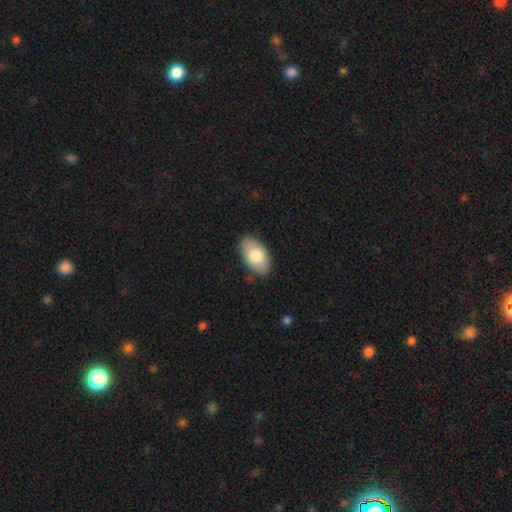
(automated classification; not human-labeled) smooth_or_featured: smooth (p=0.78) [alt: featured or disk p=0.17]
how_rounded: in between (p=0.95) [alt: round p=0.04]
merging: none (p=0.85) [alt: minor disturbance p=0.12]